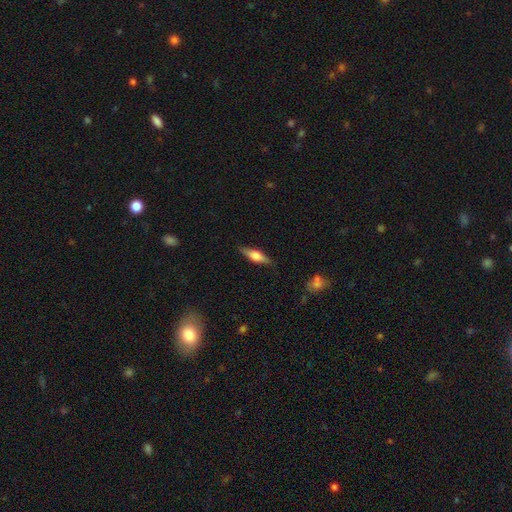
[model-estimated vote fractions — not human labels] The model was most divided on "smooth or featured" (2-way tie): smooth: 47%, featured or disk: 47%, star or artifact: 6%. More confident: merging — none (84%).